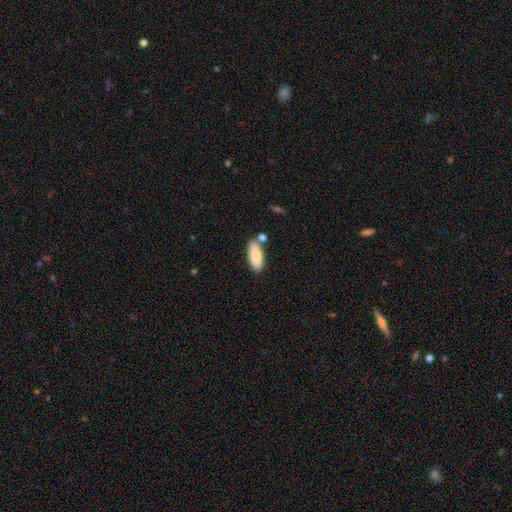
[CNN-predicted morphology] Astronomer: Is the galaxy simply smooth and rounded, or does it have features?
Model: smooth — 78%.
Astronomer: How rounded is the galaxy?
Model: in between — 79%.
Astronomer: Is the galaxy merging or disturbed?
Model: none — 75%.